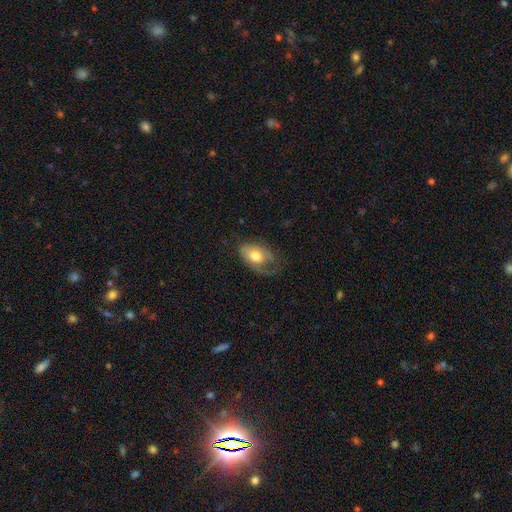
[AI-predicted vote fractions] Smooth or featured?
  - smooth: 50% *
  - featured or disk: 44%
  - star or artifact: 6%
Merging?
  - none: 45% *
  - minor disturbance: 29%
  - major disturbance: 25%
  - merger: 2%